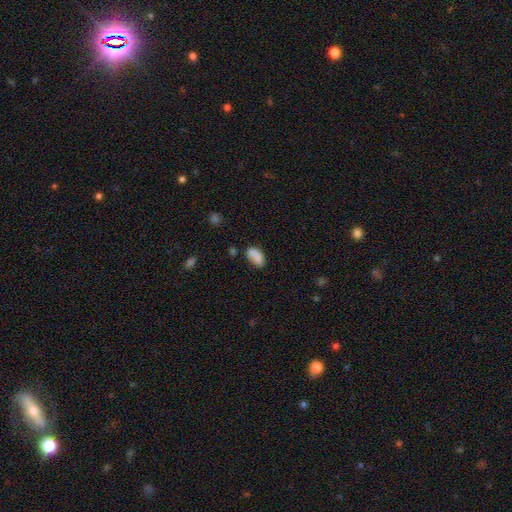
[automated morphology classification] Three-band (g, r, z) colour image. It shows a smooth galaxy with no disk features (83%) that is in between round and cigar-shaped (92%). Merging: none (61%).